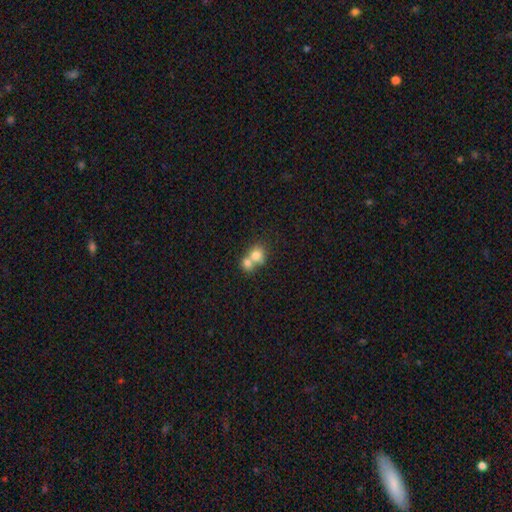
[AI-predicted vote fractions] Smooth or featured: smooth — 75% (featured or disk — 16%)
How rounded: round — 71% (in between — 28%)
Merging: merger — 68% (none — 25%)